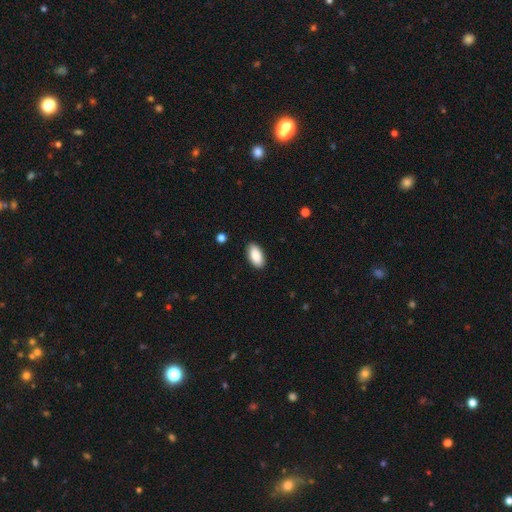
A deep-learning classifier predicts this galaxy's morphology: Smooth or featured?
  - smooth: 89% *
  - star or artifact: 6%
  - featured or disk: 5%
How rounded?
  - in between: 95% *
  - cigar-shaped: 3%
  - round: 2%
Merging?
  - none: 89% *
  - minor disturbance: 8%
  - major disturbance: 2%
  - merger: 1%